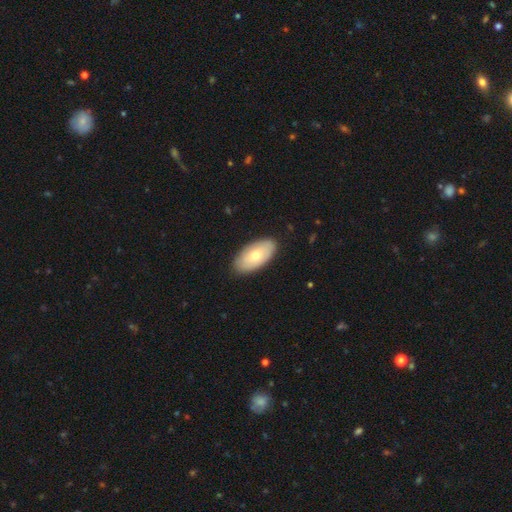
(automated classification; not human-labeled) Smooth or featured?
  - smooth: 66% *
  - featured or disk: 29%
  - star or artifact: 5%
How rounded?
  - in between: 95% *
  - round: 3%
  - cigar-shaped: 3%
Merging?
  - none: 87% *
  - minor disturbance: 10%
  - major disturbance: 2%
  - merger: 1%